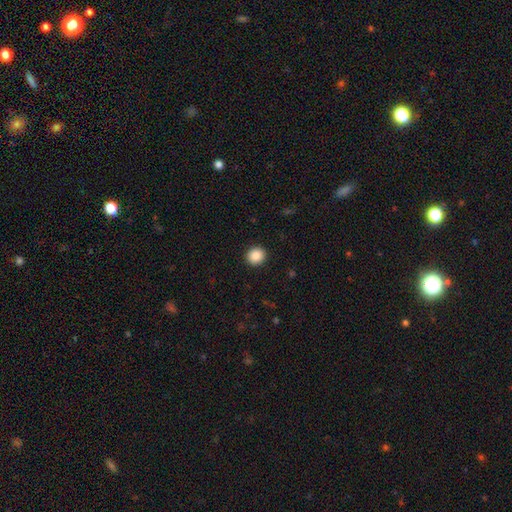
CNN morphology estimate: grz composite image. It shows a smooth galaxy with no disk features (88%) that is round (84%). Merging: none (92%).